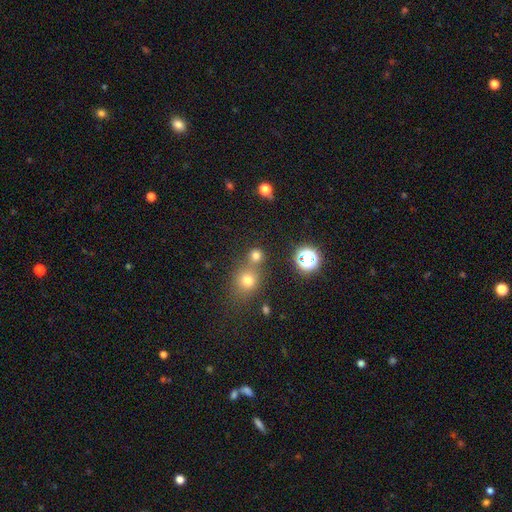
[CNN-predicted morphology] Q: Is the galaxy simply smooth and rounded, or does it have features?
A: smooth — 71%.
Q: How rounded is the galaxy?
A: round — 85%.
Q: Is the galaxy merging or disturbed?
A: none — 61%.